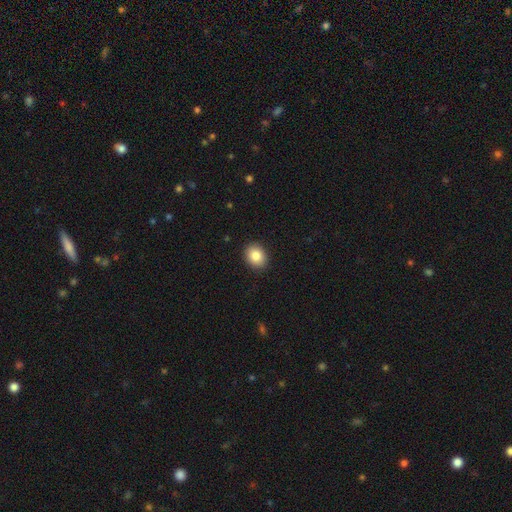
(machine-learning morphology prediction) Smooth or featured? Predicted: smooth (p=0.85). How rounded? Predicted: in between (p=0.52). Merging? Predicted: none (p=0.91).